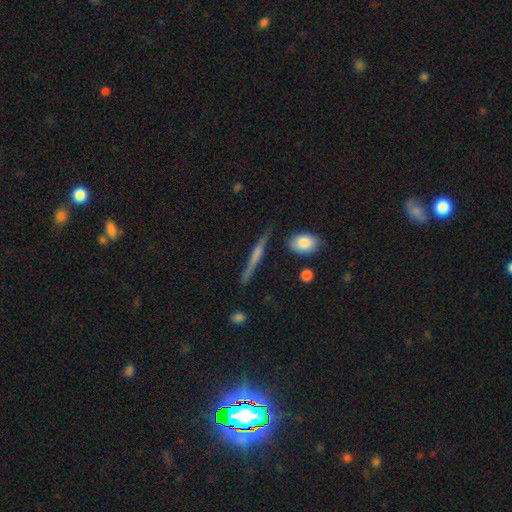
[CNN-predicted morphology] The model was most divided on "edge-on bulge": none: 46%, rounded: 34%, boxy: 19%. More confident: edge-on disk — yes (96%); merging — none (81%); smooth or featured — featured or disk (57%).